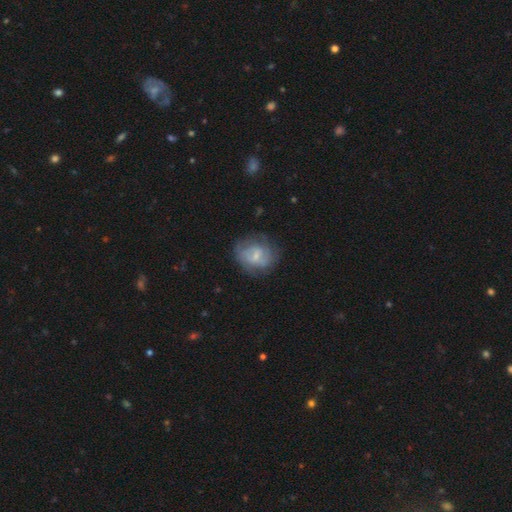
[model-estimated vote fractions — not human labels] Smooth or featured?
  - featured or disk: 51% *
  - smooth: 41%
  - star or artifact: 8%
Edge-on disk?
  - no: 97% *
  - yes: 3%
Merging?
  - none: 61% *
  - minor disturbance: 23%
  - major disturbance: 13%
  - merger: 2%